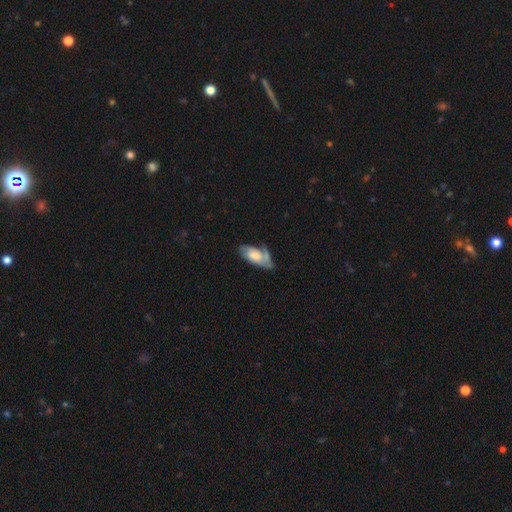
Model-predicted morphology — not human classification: smooth-or-featured: smooth: 53% | featured or disk: 40% | star or artifact: 6%
  how-rounded: in between: 86% | cigar-shaped: 12% | round: 2%
  merging: none: 40% | minor disturbance: 34% | major disturbance: 16% | merger: 10%